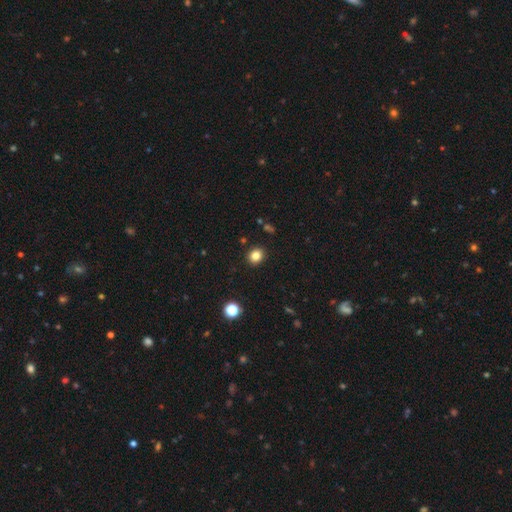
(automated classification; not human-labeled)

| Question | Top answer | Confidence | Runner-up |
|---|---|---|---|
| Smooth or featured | smooth | 83% | star or artifact (12%) |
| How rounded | round | 69% | in between (30%) |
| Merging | none | 91% | minor disturbance (6%) |